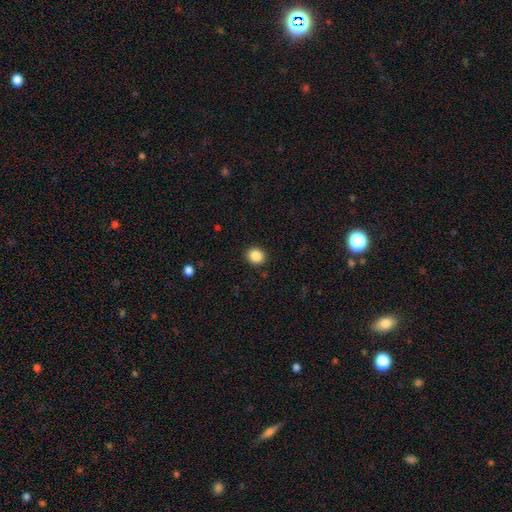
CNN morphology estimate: This appears to be a smooth galaxy with no disk features (87%) that is round (83%). Merging: none (91%).